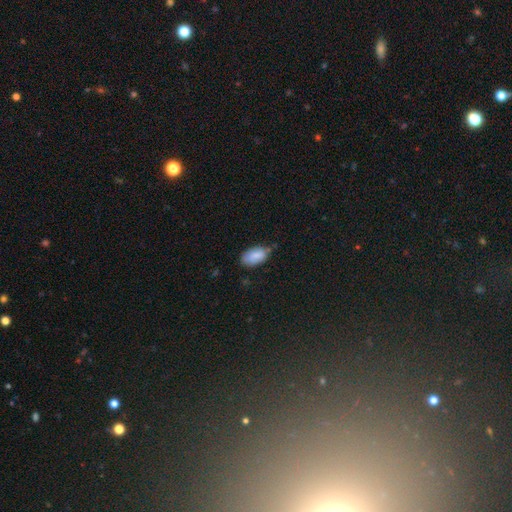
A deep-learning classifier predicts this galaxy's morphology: Overall: smooth (83%). How rounded: in between (94%). Merging: none (59%; minor disturbance 32%).